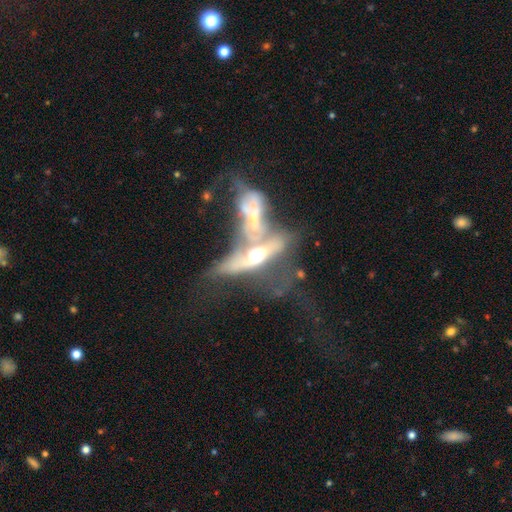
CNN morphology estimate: This is likely a featured or disk galaxy (65%). It is possibly not viewed edge-on (52%). Merging: likely merger (66%).